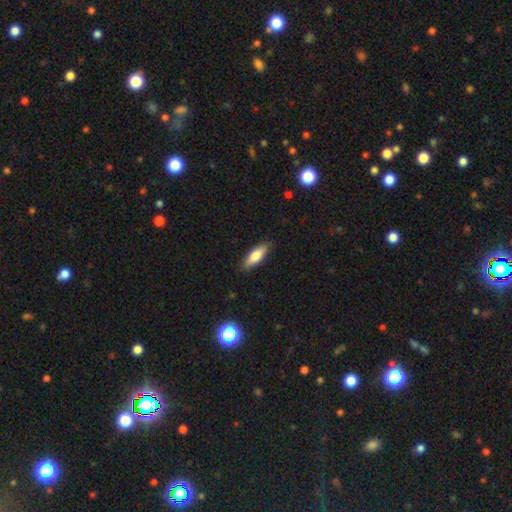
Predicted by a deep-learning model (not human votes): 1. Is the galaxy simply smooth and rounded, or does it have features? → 71% smooth, 22% featured or disk, 6% star or artifact.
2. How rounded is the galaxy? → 53% in between, 45% cigar-shaped, 2% round.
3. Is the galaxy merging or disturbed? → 87% none, 10% minor disturbance, 2% major disturbance, 1% merger.